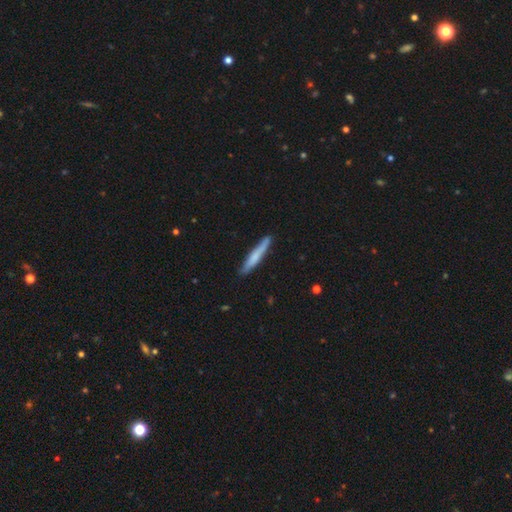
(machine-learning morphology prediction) Smooth or featured? smooth (63%)
How rounded? cigar-shaped (94%)
Merging? none (85%)